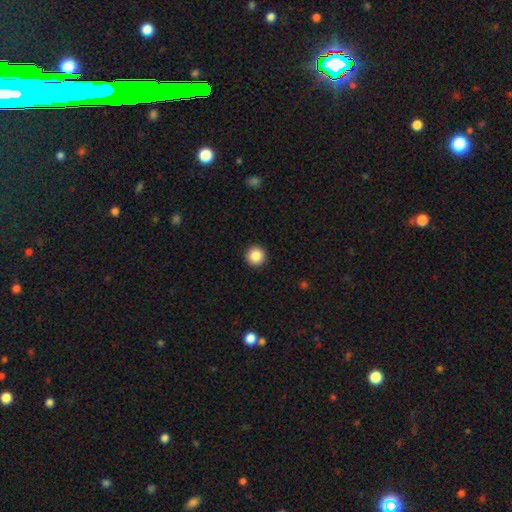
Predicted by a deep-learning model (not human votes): A smooth galaxy with no disk features (87%) that is round (96%).

Vote fractions:
- Smooth or featured? smooth: 87% / star or artifact: 9% / featured or disk: 4%
- How rounded? round: 96% / in between: 3% / cigar-shaped: 1%
- Merging? none: 93% / minor disturbance: 4% / major disturbance: 1% / merger: 1%